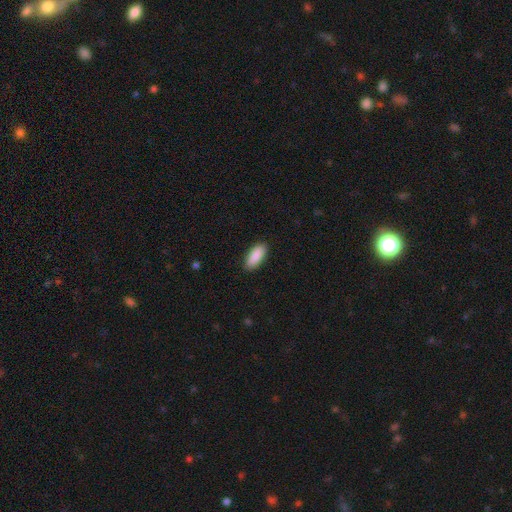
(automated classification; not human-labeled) smooth 90%, star or artifact 6%, featured or disk 4%. Down the decision tree: how rounded — in between (84%); merging — none (89%).